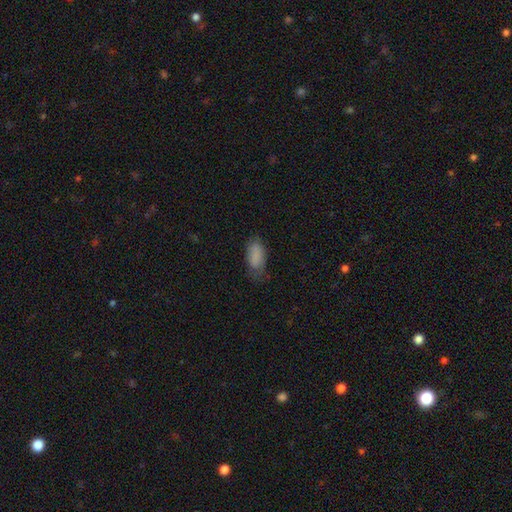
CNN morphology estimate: Q: Smooth or featured?
A: smooth (84%); runner-up: featured or disk (8%)
Q: How rounded?
A: in between (88%); runner-up: cigar-shaped (9%)
Q: Merging?
A: none (62%); runner-up: minor disturbance (27%)